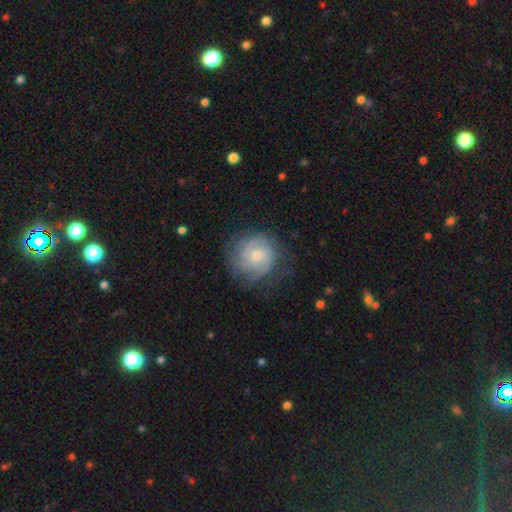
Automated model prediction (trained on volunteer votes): Overall: featured or disk (74%). Edge-on disk: no (98%). Bar: no (73%). Spiral arms: yes (93%). Spiral arm count: can't tell (36%; 3 22%). Spiral winding: tight (61%; medium 30%). Bulge size: small (64%; moderate 32%). Merging: none (75%).